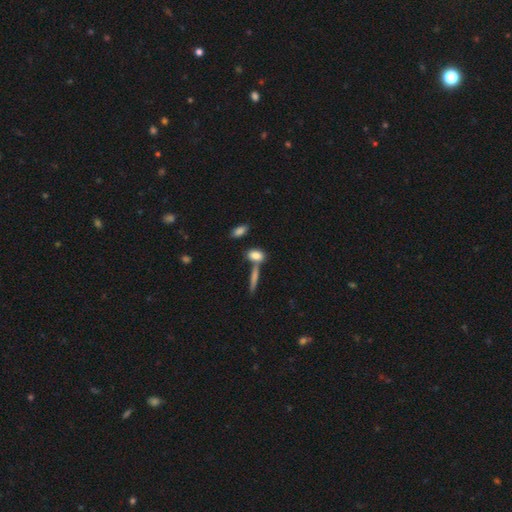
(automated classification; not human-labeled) smooth-or-featured: smooth: 80% | featured or disk: 12% | star or artifact: 8%
  how-rounded: in between: 70% | cigar-shaped: 18% | round: 12%
  merging: none: 58% | merger: 26% | minor disturbance: 12% | major disturbance: 4%